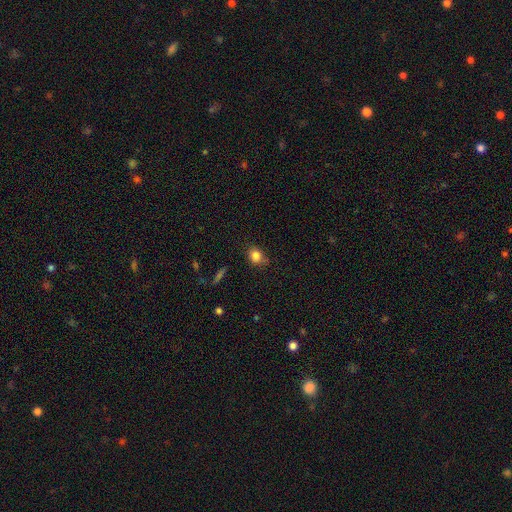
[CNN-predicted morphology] The model was most divided on "how rounded": round: 50%, in between: 48%, cigar-shaped: 2%. More confident: smooth or featured — smooth (83%); merging — none (68%).